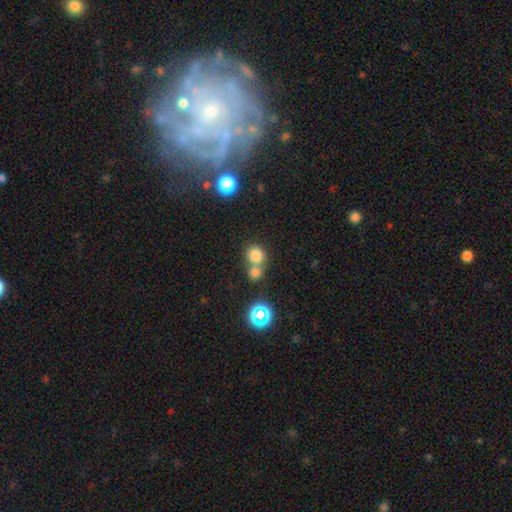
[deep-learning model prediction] Smooth or featured?
  - smooth: 78% *
  - star or artifact: 15%
  - featured or disk: 7%
How rounded?
  - round: 77% *
  - in between: 21%
  - cigar-shaped: 1%
Merging?
  - none: 45% * (tied)
  - merger: 45% * (tied)
  - minor disturbance: 7%
  - major disturbance: 3%